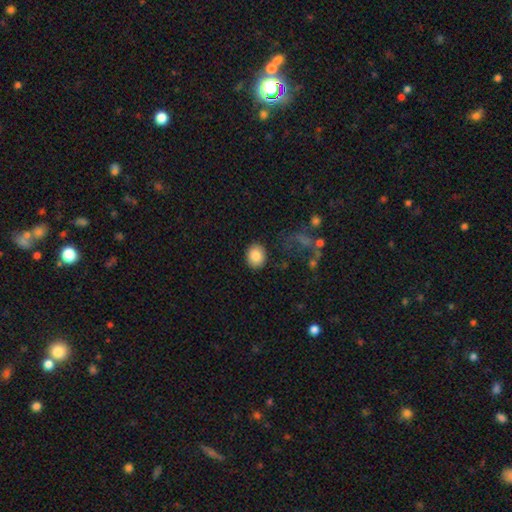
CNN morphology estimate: Q: Smooth or featured?
A: smooth (85%); runner-up: star or artifact (8%)
Q: How rounded?
A: round (57%); runner-up: in between (42%)
Q: Merging?
A: none (86%); runner-up: minor disturbance (9%)